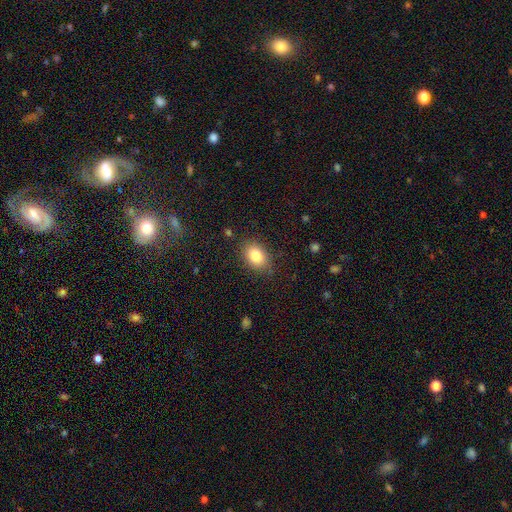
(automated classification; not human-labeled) The model was most divided on "how rounded": in between: 74%, round: 25%, cigar-shaped: 1%. More confident: merging — none (84%); smooth or featured — smooth (83%).